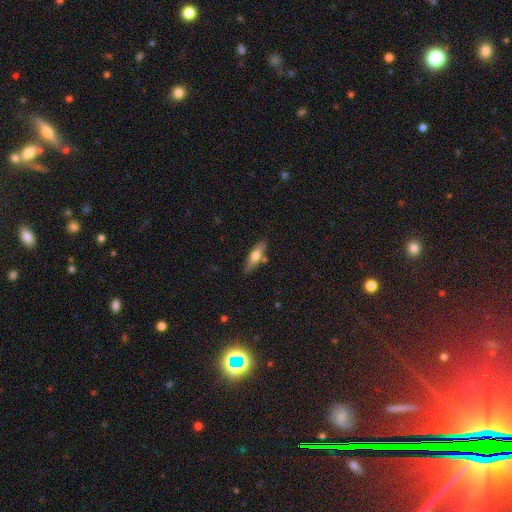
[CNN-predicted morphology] The model was most divided on "how rounded": cigar-shaped: 58%, in between: 40%, round: 2%. More confident: merging — none (77%); smooth or featured — smooth (61%).